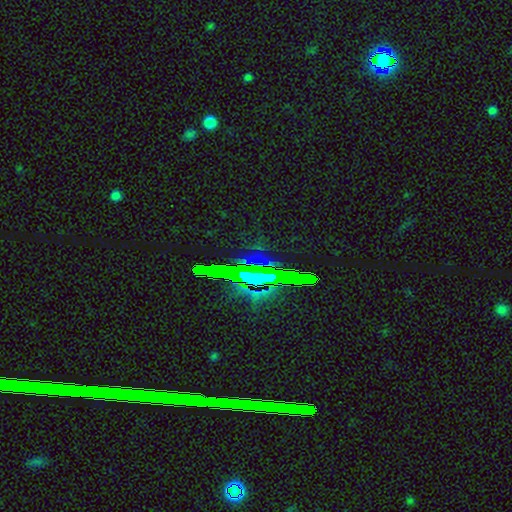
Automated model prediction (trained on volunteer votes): Q: Smooth or featured?
A: star or artifact (66%); runner-up: featured or disk (22%)